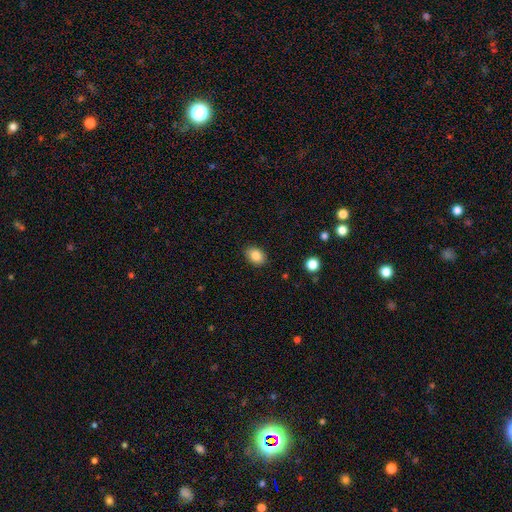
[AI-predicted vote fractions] This is clearly a smooth galaxy (85%). How rounded: likely in between (73%). Merging: clearly none (88%).